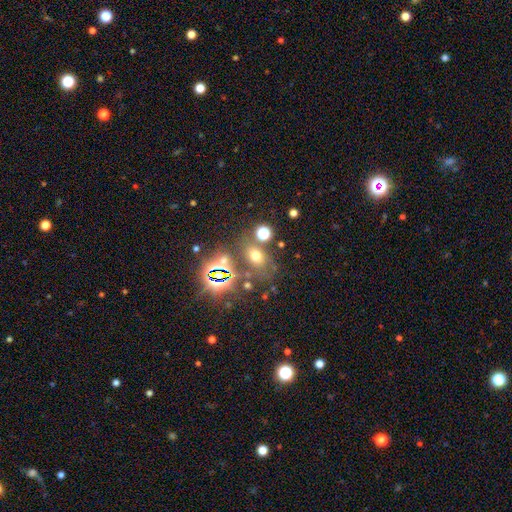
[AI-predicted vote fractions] smooth 53%, star or artifact 34%, featured or disk 13%. Down the decision tree: how rounded — in between (60%); merging — none (66%).